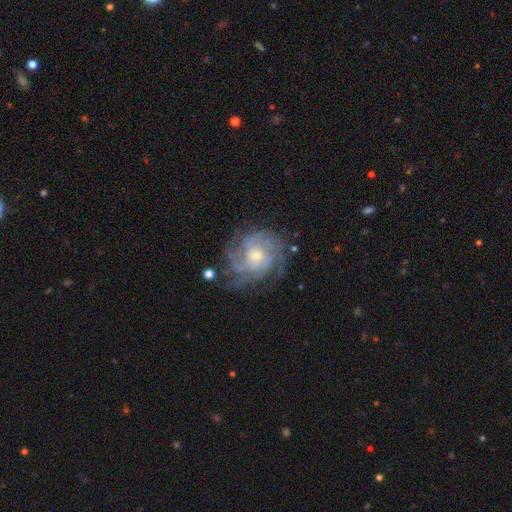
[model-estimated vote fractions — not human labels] Q: Smooth or featured?
A: featured or disk (84%); runner-up: smooth (9%)
Q: Edge-on disk?
A: no (97%); runner-up: yes (3%)
Q: Bar?
A: no (69%); runner-up: weak (27%)
Q: Spiral arms?
A: yes (94%); runner-up: no (6%)
Q: Spiral winding?
A: tight (62%); runner-up: medium (31%)
Q: Spiral arm count?
A: can't tell (35%); runner-up: 4 (22%)
Q: Bulge size?
A: moderate (49%); runner-up: small (44%)
Q: Merging?
A: none (72%); runner-up: minor disturbance (17%)